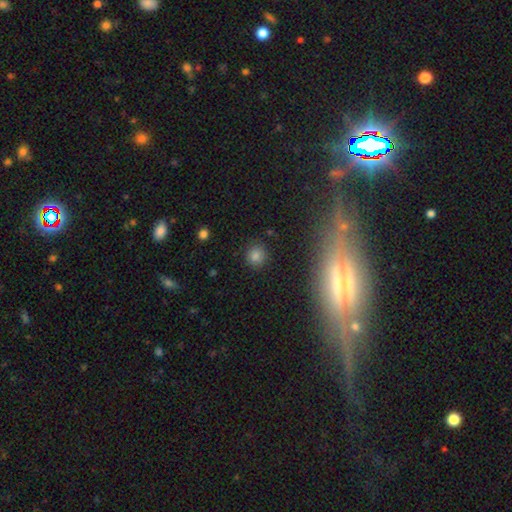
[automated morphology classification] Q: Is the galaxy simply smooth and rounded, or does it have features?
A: smooth — 77%.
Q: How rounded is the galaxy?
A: round — 90%.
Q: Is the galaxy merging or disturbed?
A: none — 89%.